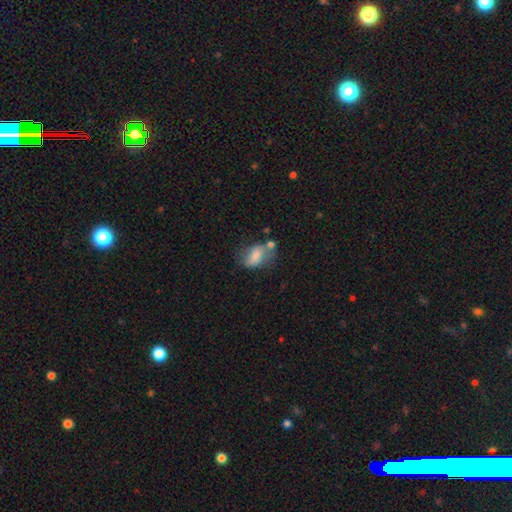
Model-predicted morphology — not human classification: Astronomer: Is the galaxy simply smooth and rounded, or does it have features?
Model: smooth — 66%.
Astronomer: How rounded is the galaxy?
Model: in between — 83%.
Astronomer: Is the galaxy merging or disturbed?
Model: none — 44% (runner-up: minor disturbance, 25%).